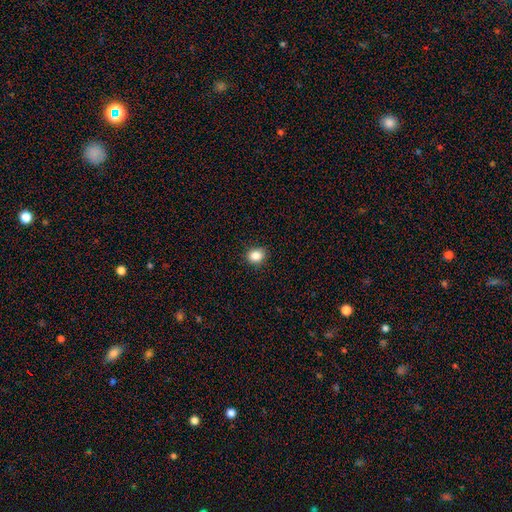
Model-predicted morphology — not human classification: smooth_or_featured: smooth (p=0.86) [alt: star or artifact p=0.10]
how_rounded: round (p=0.60) [alt: in between p=0.39]
merging: none (p=0.88) [alt: minor disturbance p=0.09]